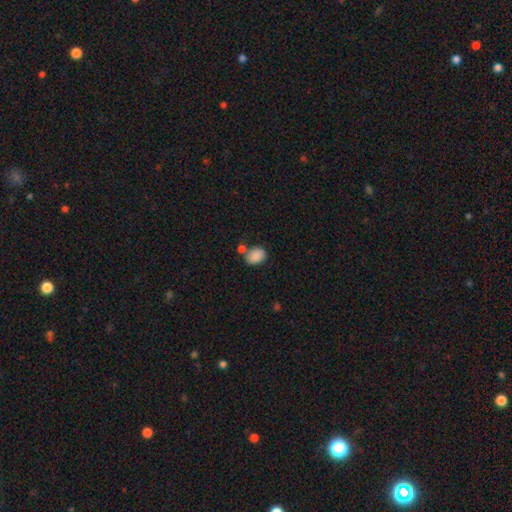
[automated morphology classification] Smooth or featured?
  - smooth: 86% *
  - star or artifact: 8%
  - featured or disk: 6%
How rounded?
  - in between: 74% *
  - round: 25%
  - cigar-shaped: 1%
Merging?
  - none: 58% *
  - merger: 21%
  - minor disturbance: 16%
  - major disturbance: 5%